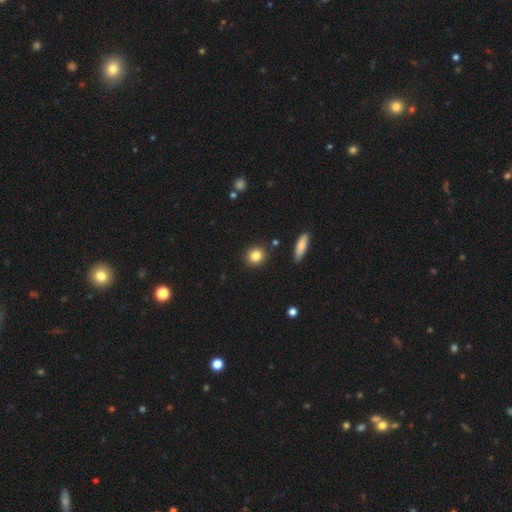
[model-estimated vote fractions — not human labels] This appears to be a smooth galaxy with no disk features (84%) that is round (84%). Merging: none (89%).